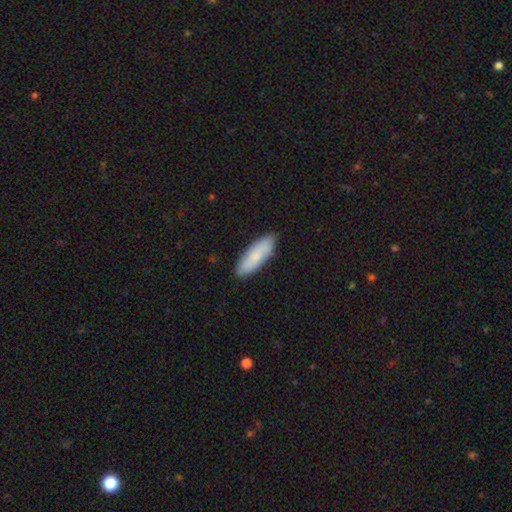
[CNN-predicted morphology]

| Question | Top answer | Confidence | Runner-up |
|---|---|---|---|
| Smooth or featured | smooth | 82% | featured or disk (13%) |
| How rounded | in between | 56% | cigar-shaped (42%) |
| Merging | none | 87% | minor disturbance (11%) |